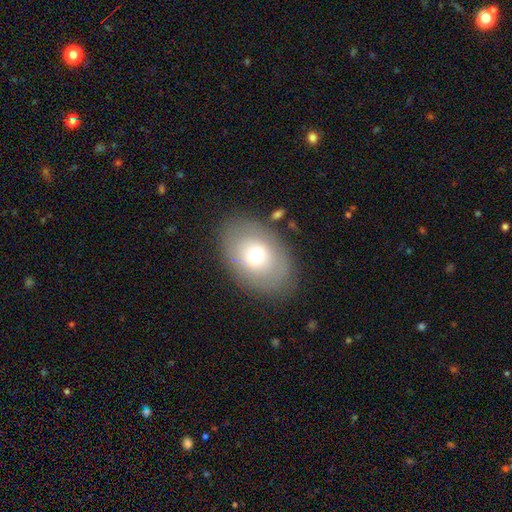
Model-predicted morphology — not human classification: type=smooth (66%); roundness=in between (78%); merging=none (82%).